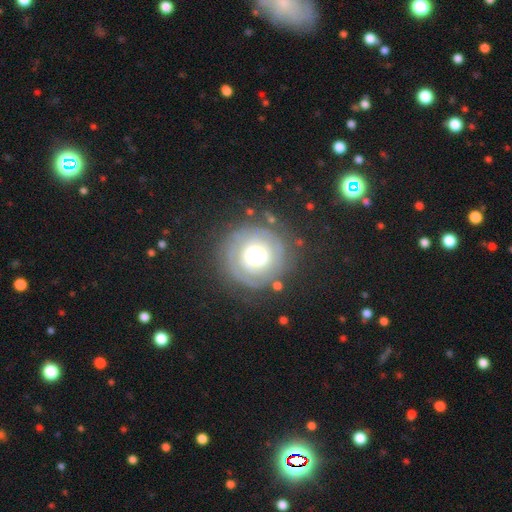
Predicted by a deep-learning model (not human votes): smooth_or_featured: featured or disk (p=0.60) [alt: smooth p=0.32]
disk_edge_on: no (p=0.97) [alt: yes p=0.03]
bar: no (p=0.79) [alt: weak p=0.16]
has_spiral_arms: yes (p=0.66) [alt: no p=0.34]
bulge_size: moderate (p=0.46) [alt: large p=0.41]
merging: none (p=0.75) [alt: minor disturbance p=0.14]